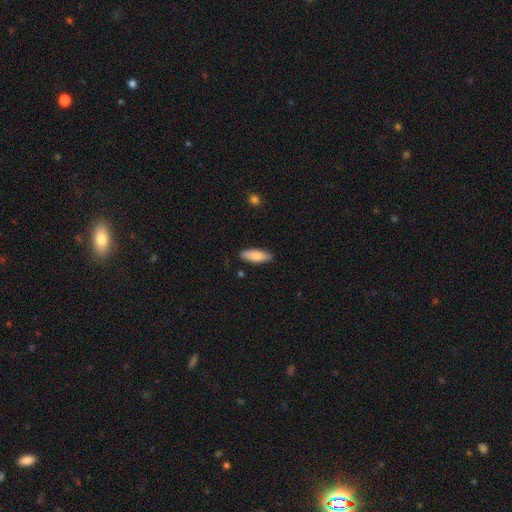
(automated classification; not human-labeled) smooth_or_featured: smooth (p=0.85) [alt: featured or disk p=0.10]
how_rounded: in between (p=0.59) [alt: cigar-shaped p=0.40]
merging: none (p=0.85) [alt: minor disturbance p=0.11]